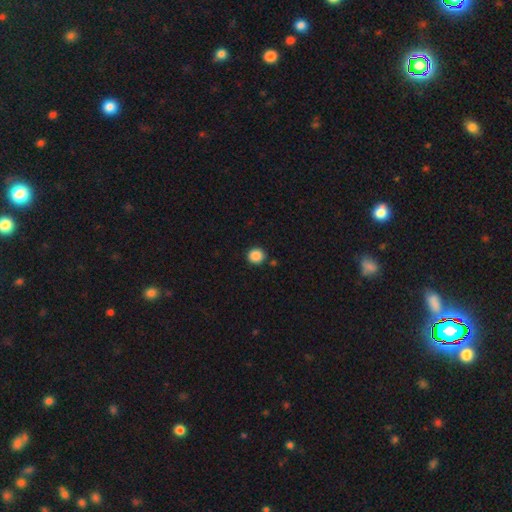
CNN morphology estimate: Smooth or featured: smooth — 88% (star or artifact — 10%)
How rounded: round — 92% (in between — 7%)
Merging: none — 89% (minor disturbance — 6%)